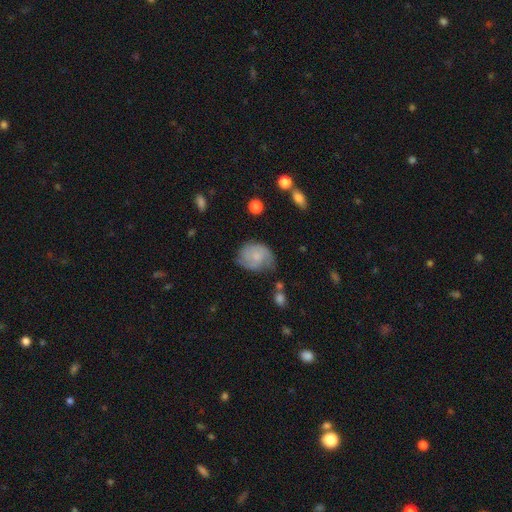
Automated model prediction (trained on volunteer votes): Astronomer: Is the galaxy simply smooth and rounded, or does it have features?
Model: featured or disk — 46%, tied with smooth at 46%.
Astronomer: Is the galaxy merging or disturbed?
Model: none — 52% (runner-up: minor disturbance, 31%).